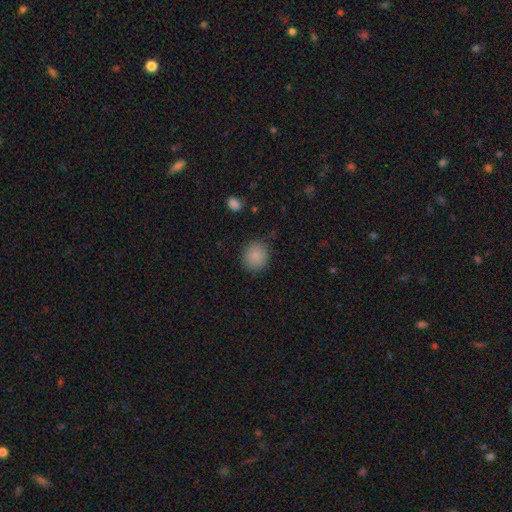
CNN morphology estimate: Smooth or featured: smooth — 86% (star or artifact — 9%)
How rounded: round — 84% (in between — 15%)
Merging: none — 85% (minor disturbance — 11%)